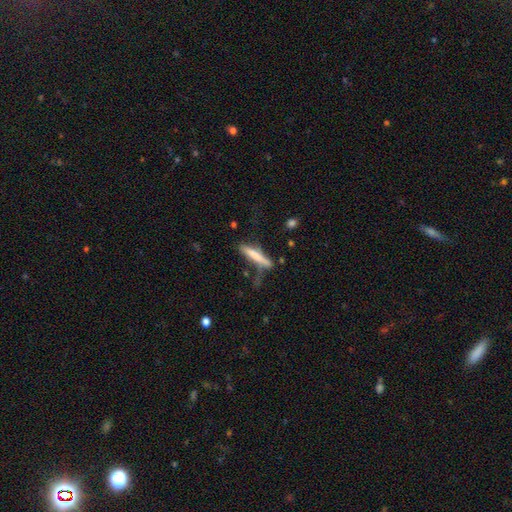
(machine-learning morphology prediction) Overall: smooth (66%; featured or disk 27%). How rounded: cigar-shaped (90%). Merging: none (55%; minor disturbance 24%).